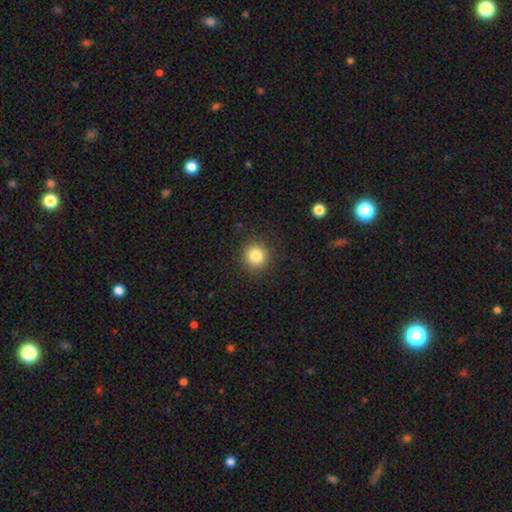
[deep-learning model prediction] A smooth galaxy with no disk features (83%) that is round (92%).

Vote fractions:
- Smooth or featured? smooth: 83% / star or artifact: 11% / featured or disk: 6%
- How rounded? round: 92% / in between: 7% / cigar-shaped: 1%
- Merging? none: 91% / minor disturbance: 6% / major disturbance: 2% / merger: 1%